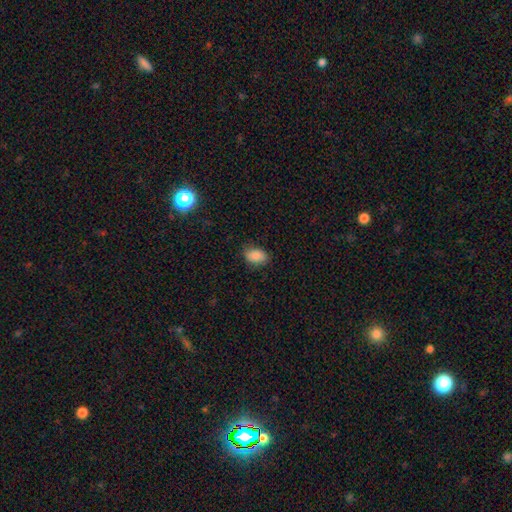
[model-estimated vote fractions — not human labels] A smooth galaxy with no disk features (86%) that is in between round and cigar-shaped (86%).

Vote fractions:
- Smooth or featured? smooth: 86% / star or artifact: 8% / featured or disk: 6%
- How rounded? in between: 86% / round: 12% / cigar-shaped: 1%
- Merging? none: 81% / minor disturbance: 15% / major disturbance: 3% / merger: 1%